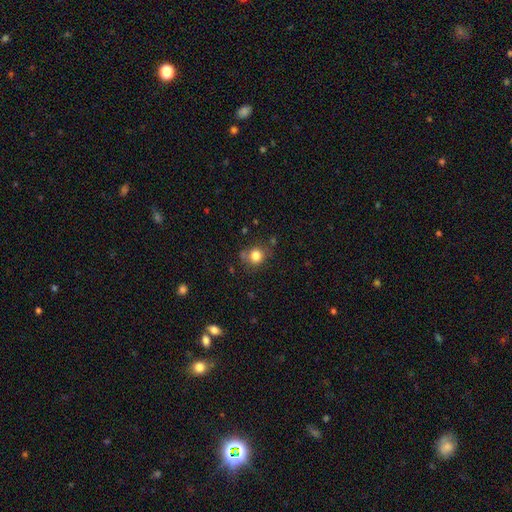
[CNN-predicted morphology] Q: Smooth or featured?
A: smooth (81%); runner-up: star or artifact (12%)
Q: How rounded?
A: round (81%); runner-up: in between (18%)
Q: Merging?
A: none (73%); runner-up: minor disturbance (16%)